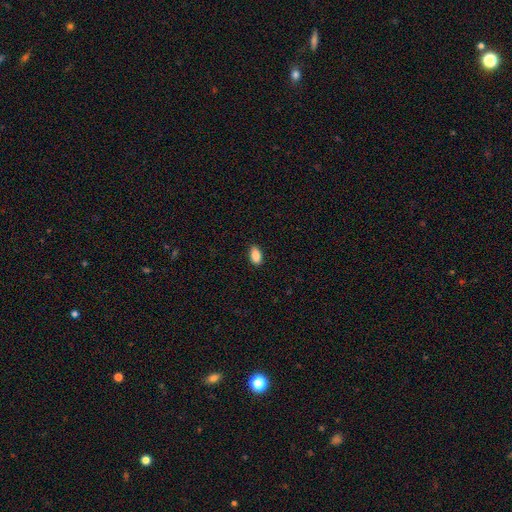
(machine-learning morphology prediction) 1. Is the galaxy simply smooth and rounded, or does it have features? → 89% smooth, 7% star or artifact, 4% featured or disk.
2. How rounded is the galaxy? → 93% in between, 4% round, 3% cigar-shaped.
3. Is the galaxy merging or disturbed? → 89% none, 9% minor disturbance, 2% major disturbance, 1% merger.